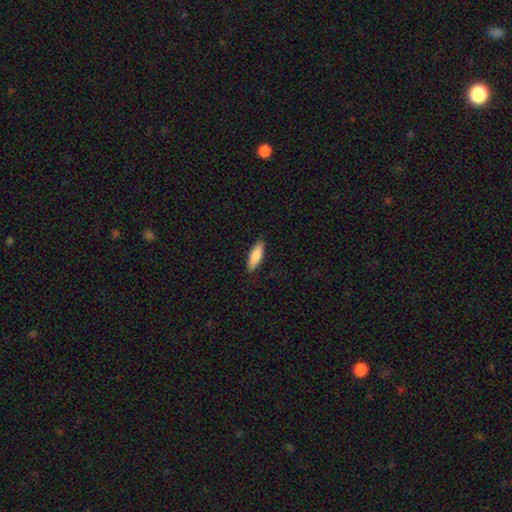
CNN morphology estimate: A smooth galaxy with no disk features (85%) that is cigar-shaped (53%). Merging: none (88%).